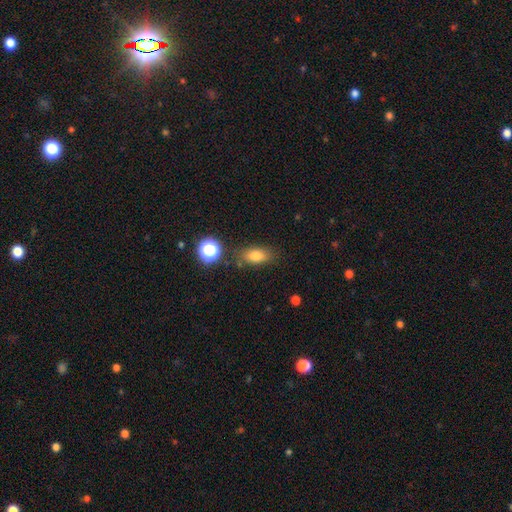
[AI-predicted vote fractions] smooth 78%, star or artifact 12%, featured or disk 10%. Down the decision tree: how rounded — in between (81%); merging — none (77%).